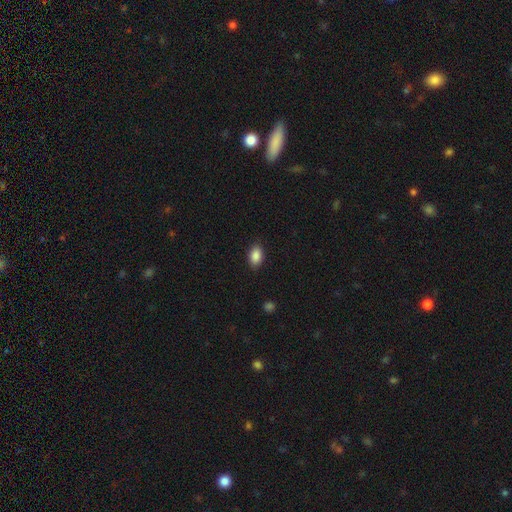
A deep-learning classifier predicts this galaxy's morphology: Smooth or featured?
  - smooth: 88% *
  - star or artifact: 8%
  - featured or disk: 4%
How rounded?
  - in between: 89% *
  - round: 9%
  - cigar-shaped: 2%
Merging?
  - none: 88% *
  - minor disturbance: 9%
  - major disturbance: 2%
  - merger: 1%